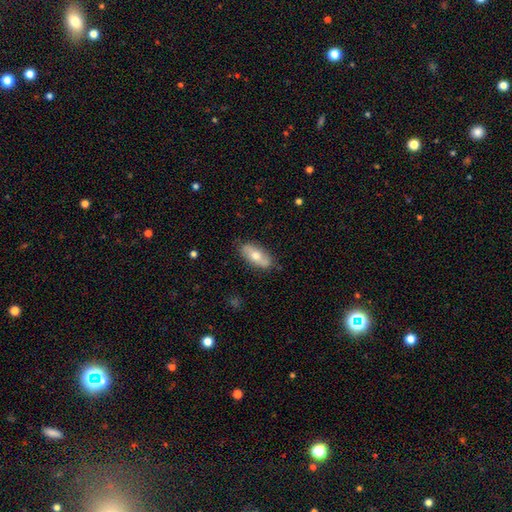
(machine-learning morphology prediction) Smooth or featured?
  - smooth: 60% *
  - featured or disk: 35%
  - star or artifact: 6%
How rounded?
  - in between: 82% *
  - cigar-shaped: 15%
  - round: 3%
Merging?
  - none: 82% *
  - minor disturbance: 14%
  - major disturbance: 3%
  - merger: 1%